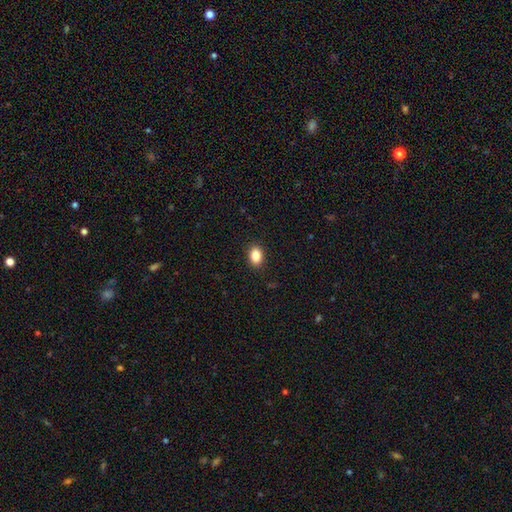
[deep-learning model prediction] Smooth or featured: smooth — 86% (star or artifact — 9%)
How rounded: in between — 78% (round — 20%)
Merging: none — 90% (minor disturbance — 7%)